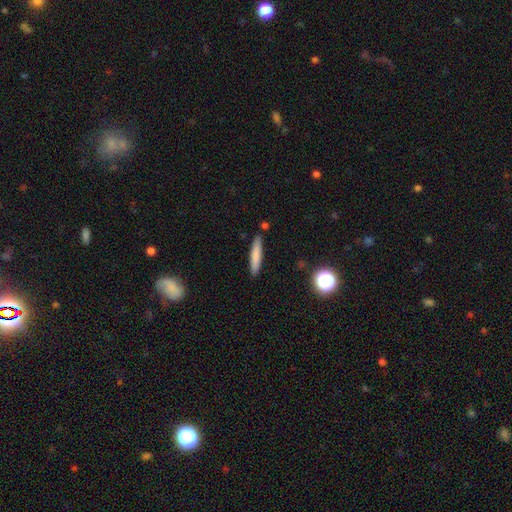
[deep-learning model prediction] The model was most divided on "smooth or featured": smooth: 77%, featured or disk: 16%, star or artifact: 7%. More confident: how rounded — cigar-shaped (90%); merging — none (87%).